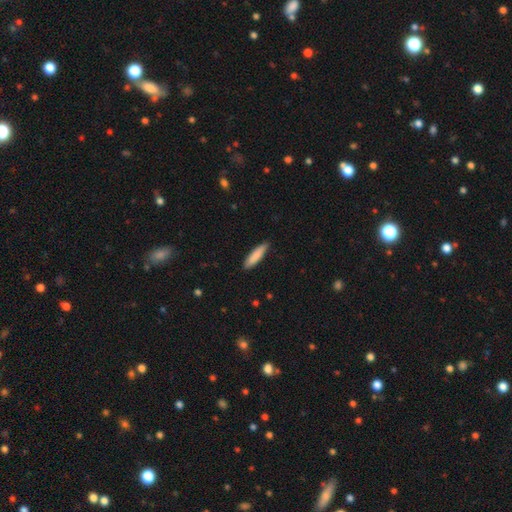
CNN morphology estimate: Smooth or featured? smooth (83%)
How rounded? cigar-shaped (76%)
Merging? none (87%)